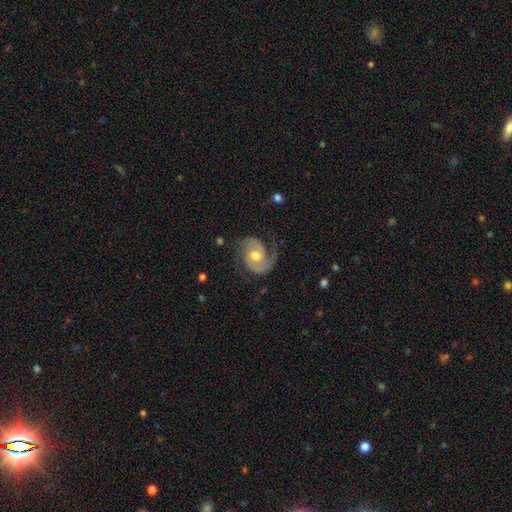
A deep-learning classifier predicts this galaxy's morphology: A featured or disk galaxy (87%) with no bar (62%), 2 (79%) medium (46%) spiral arms (97%) and a moderate central bulge (72%).

Vote fractions:
- Smooth or featured? featured or disk: 87% / smooth: 8% / star or artifact: 5%
- Edge-on disk? no: 98% / yes: 2%
- Bar? no: 62% / weak: 31% / strong: 7%
- Spiral arms? yes: 97% / no: 3%
- Spiral winding? medium: 46% / tight: 35% / loose: 18%
- Spiral arm count? 2: 79% / 1: 13% / can't tell: 4% / 3: 2% / 4: 1% / more than 4: 1%
- Bulge size? moderate: 72% / small: 20% / large: 6% / none: 1% / dominant: 1%
- Merging? none: 66% / minor disturbance: 20% / major disturbance: 13% / merger: 1%